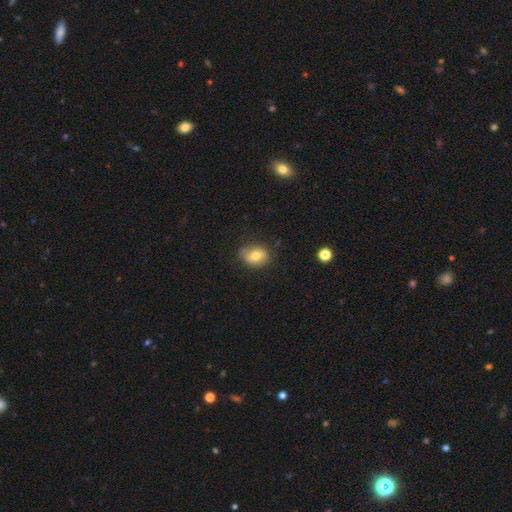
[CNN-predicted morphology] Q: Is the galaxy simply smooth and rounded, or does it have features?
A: smooth — 73%.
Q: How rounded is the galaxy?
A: in between — 57%.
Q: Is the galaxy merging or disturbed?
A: none — 73%.